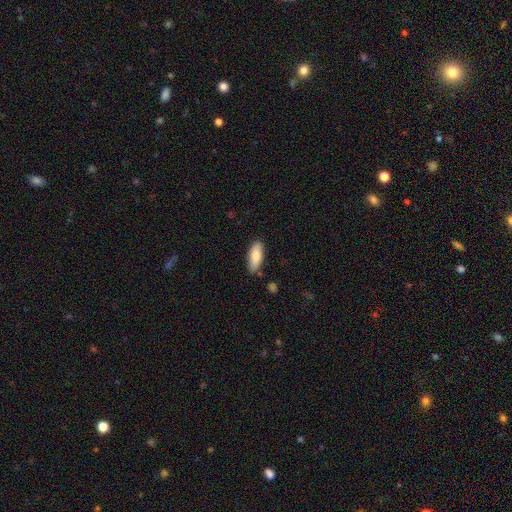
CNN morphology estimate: This is clearly a smooth galaxy (85%). How rounded: likely in between (73%). Merging: clearly none (81%).